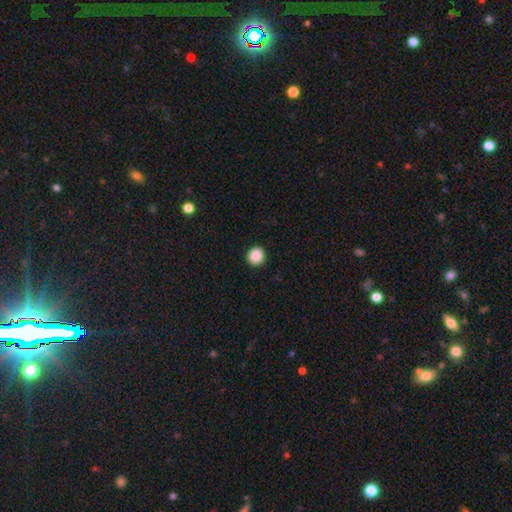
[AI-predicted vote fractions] Morphology: type=smooth (88%); roundness=round (94%); merging=none (93%).